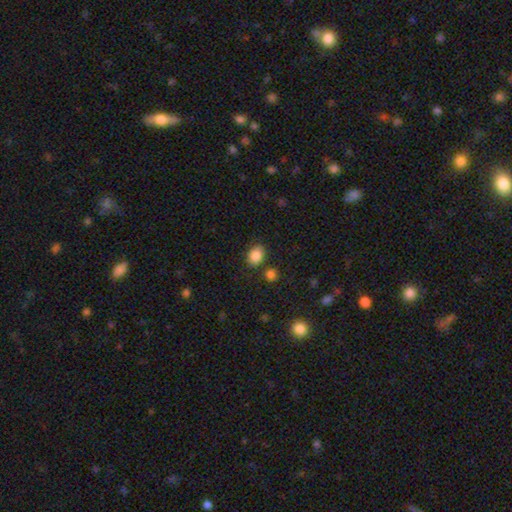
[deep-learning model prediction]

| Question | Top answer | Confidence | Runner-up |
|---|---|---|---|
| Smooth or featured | smooth | 86% | star or artifact (9%) |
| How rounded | in between | 68% | round (31%) |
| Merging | none | 79% | minor disturbance (11%) |